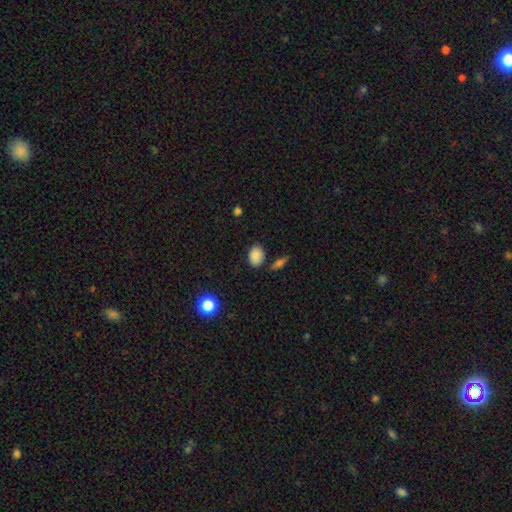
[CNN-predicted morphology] type=smooth (86%); roundness=in between (75%); merging=none (77%).